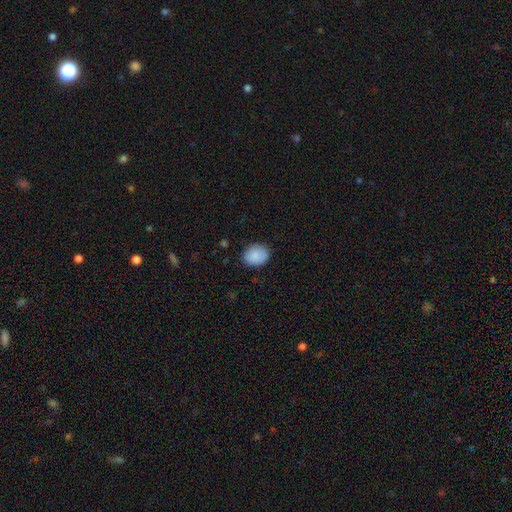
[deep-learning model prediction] Smooth or featured? smooth (89%)
How rounded? in between (54%)
Merging? none (85%)